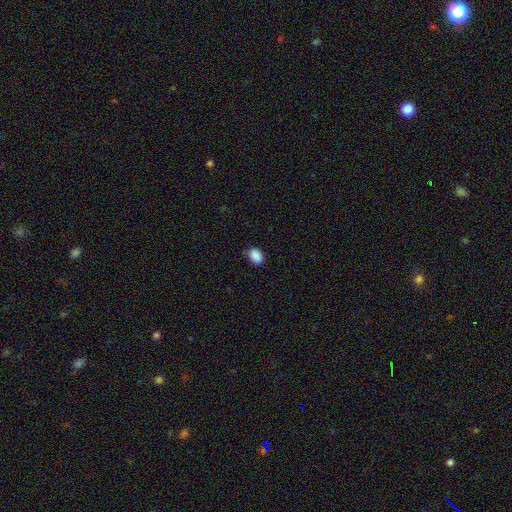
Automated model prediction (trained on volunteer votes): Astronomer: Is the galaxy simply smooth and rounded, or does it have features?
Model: smooth — 89%.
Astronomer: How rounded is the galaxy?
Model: in between — 81%.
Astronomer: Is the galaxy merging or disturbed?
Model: none — 82%.